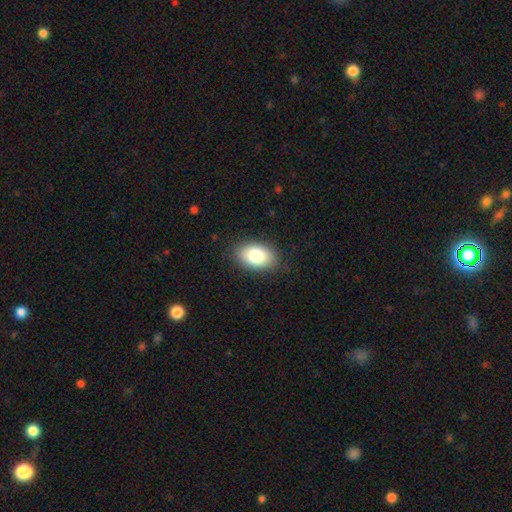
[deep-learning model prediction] smooth_or_featured: smooth (p=0.81) [alt: featured or disk p=0.11]
how_rounded: in between (p=0.89) [alt: round p=0.10]
merging: none (p=0.85) [alt: minor disturbance p=0.11]